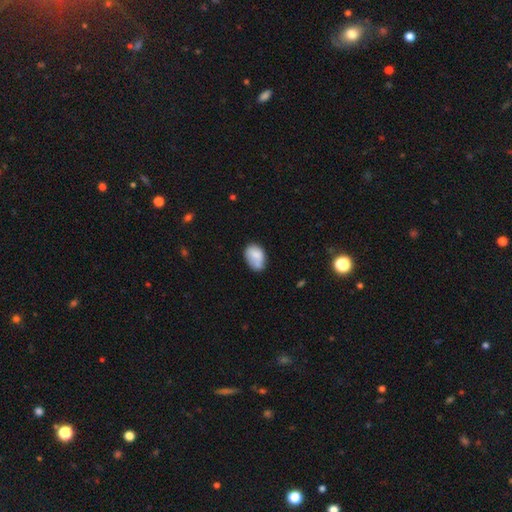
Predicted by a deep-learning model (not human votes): This appears to be a smooth galaxy with no disk features (77%) that is in between round and cigar-shaped (84%). Merging: none (49%).